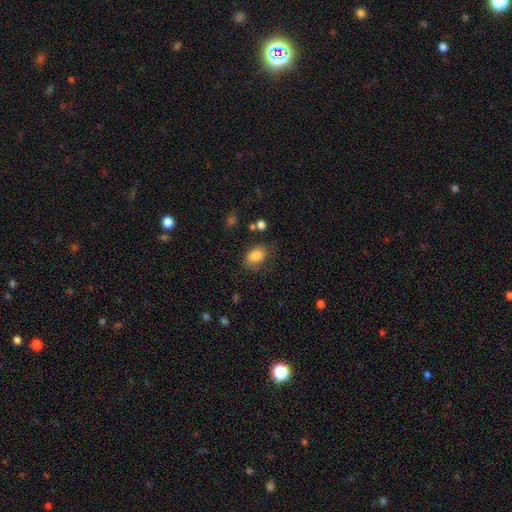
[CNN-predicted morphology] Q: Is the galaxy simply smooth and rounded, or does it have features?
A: smooth — 84%.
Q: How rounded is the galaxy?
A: in between — 83%.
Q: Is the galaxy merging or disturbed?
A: none — 66%.